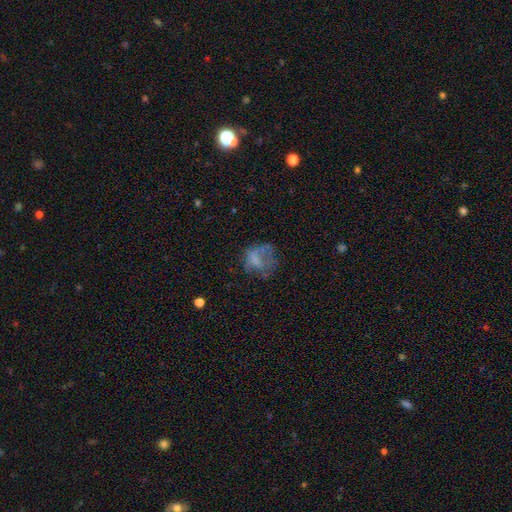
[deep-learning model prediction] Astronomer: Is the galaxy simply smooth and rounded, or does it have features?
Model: smooth — 50% (runner-up: featured or disk, 34%).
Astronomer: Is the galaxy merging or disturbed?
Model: none — 40% (runner-up: major disturbance, 34%).